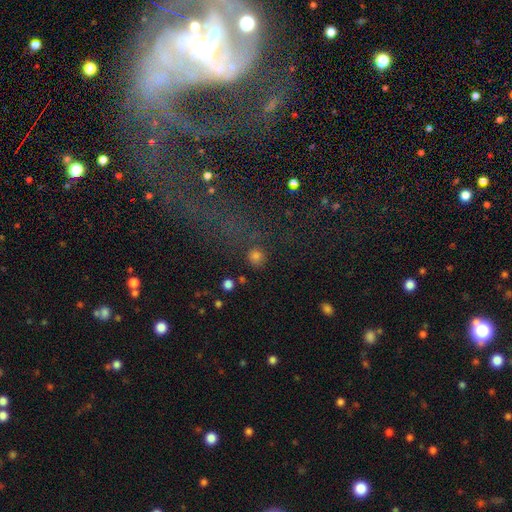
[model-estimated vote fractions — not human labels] Smooth or featured? Predicted: smooth (p=0.75). How rounded? Predicted: round (p=0.93). Merging? Predicted: none (p=0.81).